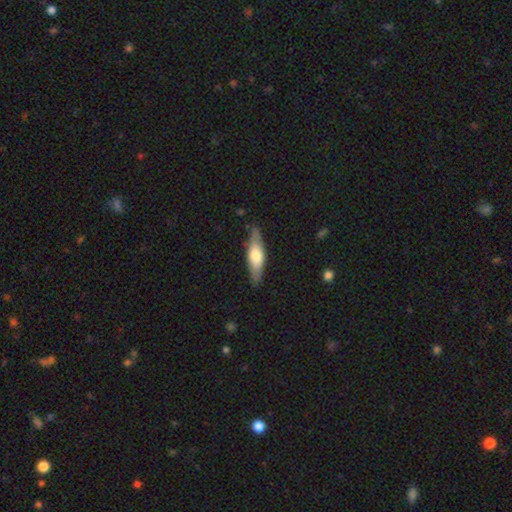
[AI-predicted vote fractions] A smooth galaxy with no disk features (51%) that is cigar-shaped (63%).

Vote fractions:
- Smooth or featured? smooth: 51% / featured or disk: 44% / star or artifact: 5%
- How rounded? cigar-shaped: 63% / in between: 35% / round: 2%
- Merging? none: 83% / minor disturbance: 13% / major disturbance: 2% / merger: 1%